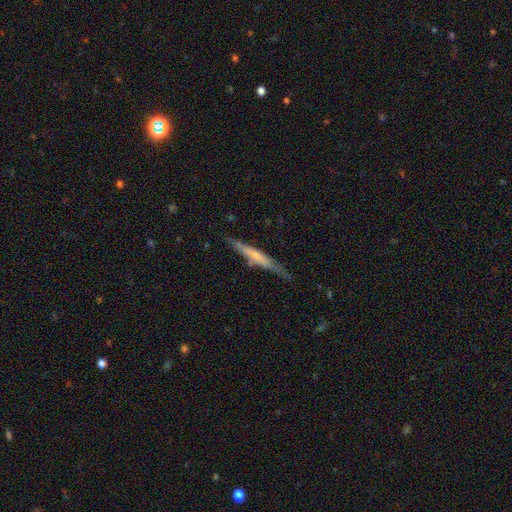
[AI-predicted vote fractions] Smooth or featured? Predicted: featured or disk (p=0.52). Edge-on disk? Predicted: yes (p=0.93). Merging? Predicted: none (p=0.78).